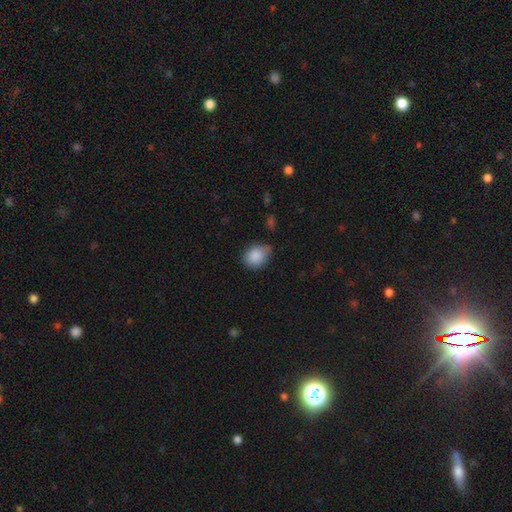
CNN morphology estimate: A smooth galaxy with no disk features (87%) that is in between round and cigar-shaped (51%).

Vote fractions:
- Smooth or featured? smooth: 87% / star or artifact: 8% / featured or disk: 5%
- How rounded? in between: 51% / round: 48% / cigar-shaped: 1%
- Merging? none: 61% / minor disturbance: 30% / major disturbance: 6% / merger: 3%